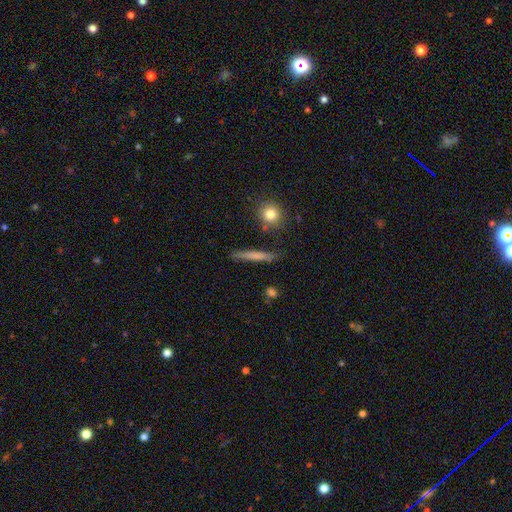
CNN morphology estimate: Smooth or featured? smooth (68%)
How rounded? cigar-shaped (90%)
Merging? none (83%)